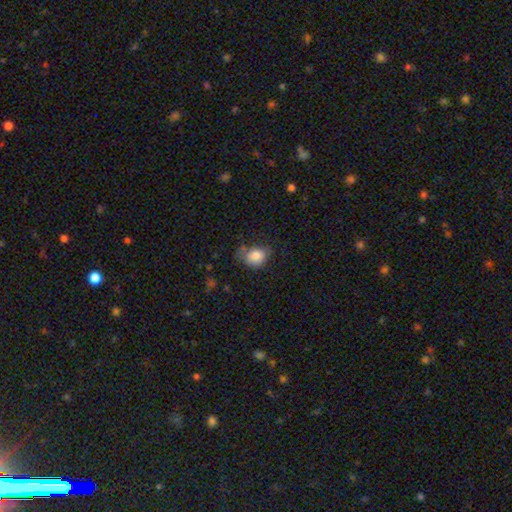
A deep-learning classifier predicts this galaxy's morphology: smooth_or_featured: smooth (p=0.84) [alt: star or artifact p=0.09]
how_rounded: in between (p=0.53) [alt: round p=0.46]
merging: none (p=0.47) [alt: minor disturbance p=0.35]